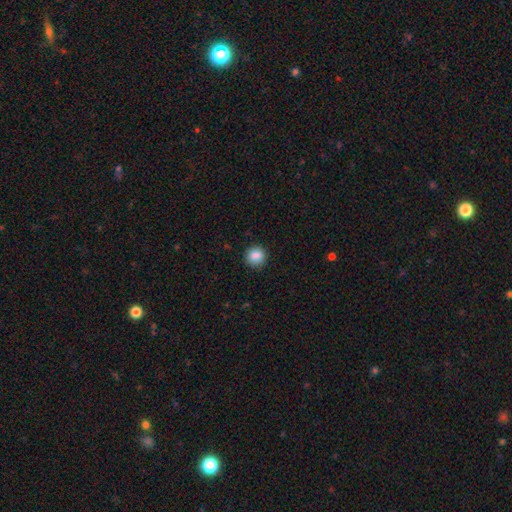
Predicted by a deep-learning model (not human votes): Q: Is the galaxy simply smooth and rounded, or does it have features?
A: smooth — 87%.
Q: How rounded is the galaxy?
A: round — 91%.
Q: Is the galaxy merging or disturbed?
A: none — 89%.